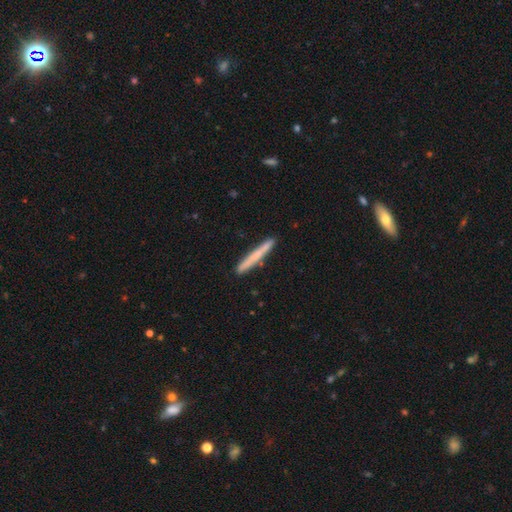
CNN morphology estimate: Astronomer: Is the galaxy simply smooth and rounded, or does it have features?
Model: smooth — 64%.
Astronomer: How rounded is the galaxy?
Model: cigar-shaped — 97%.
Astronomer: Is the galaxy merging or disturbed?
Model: none — 89%.